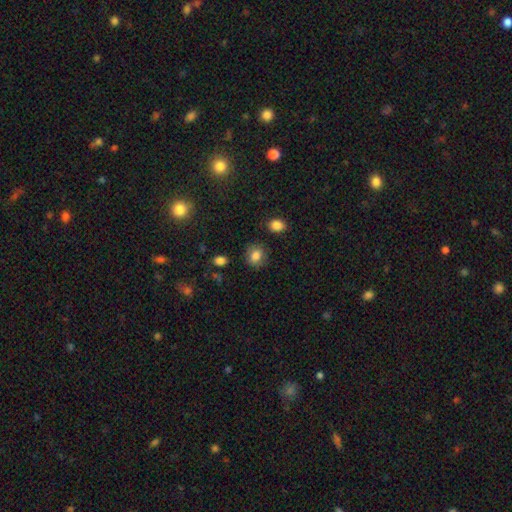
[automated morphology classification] Smooth or featured?
  - smooth: 83% *
  - star or artifact: 10%
  - featured or disk: 7%
How rounded?
  - round: 64% *
  - in between: 35%
  - cigar-shaped: 1%
Merging?
  - none: 84% *
  - minor disturbance: 11%
  - major disturbance: 3%
  - merger: 2%